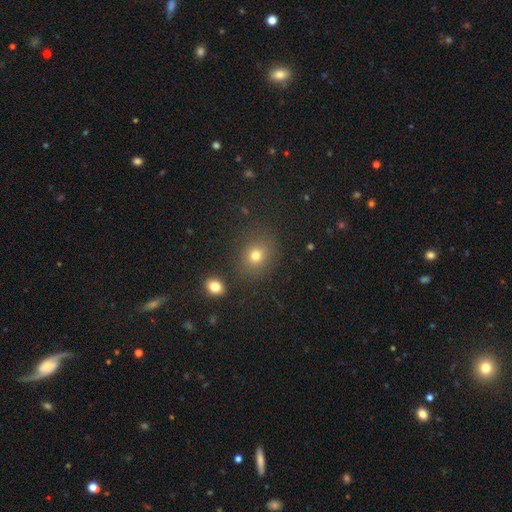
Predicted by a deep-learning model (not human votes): smooth_or_featured: smooth (p=0.76) [alt: star or artifact p=0.16]
how_rounded: round (p=0.67) [alt: in between p=0.32]
merging: none (p=0.82) [alt: minor disturbance p=0.10]